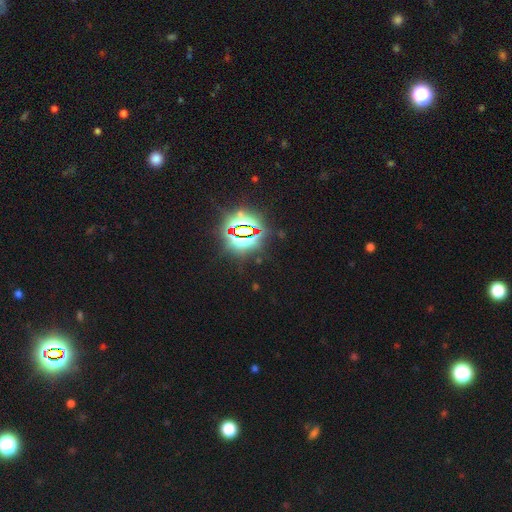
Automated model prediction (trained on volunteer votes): A star or artifact, not a galaxy (83%).